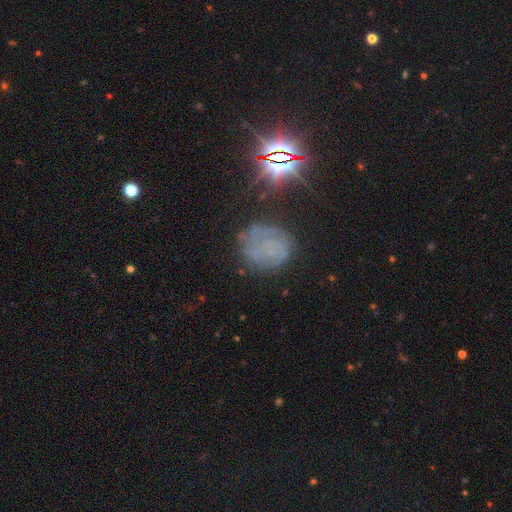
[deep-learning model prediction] This is possibly a featured or disk galaxy (49%). Merging: possibly none (59%).